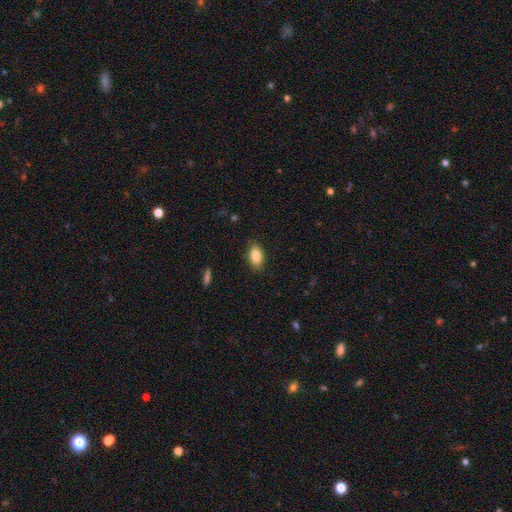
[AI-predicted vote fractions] Q: Smooth or featured?
A: smooth (85%); runner-up: featured or disk (8%)
Q: How rounded?
A: in between (90%); runner-up: round (5%)
Q: Merging?
A: none (86%); runner-up: minor disturbance (10%)